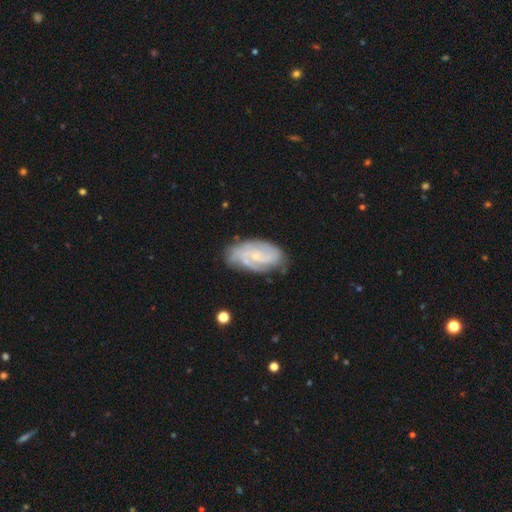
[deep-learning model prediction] Smooth or featured? Predicted: featured or disk (p=0.75). Edge-on disk? Predicted: no (p=0.96). Bar? Predicted: no (p=0.57). Spiral arms? Predicted: yes (p=0.93). Spiral winding? Predicted: tight (p=0.46). Spiral arm count? Predicted: 2 (p=0.33). Bulge size? Predicted: small (p=0.71). Merging? Predicted: none (p=0.70).